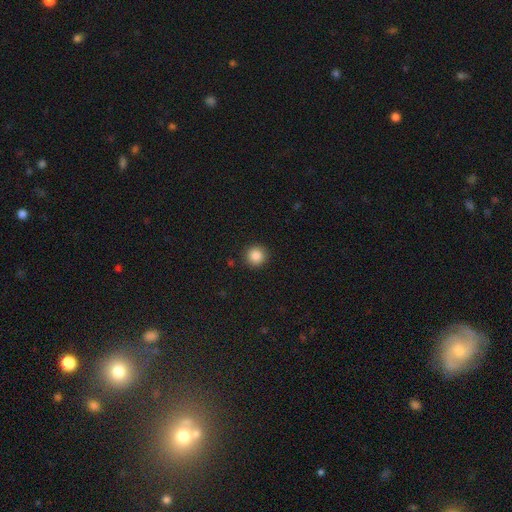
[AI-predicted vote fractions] Smooth or featured? smooth (87%)
How rounded? round (95%)
Merging? none (92%)